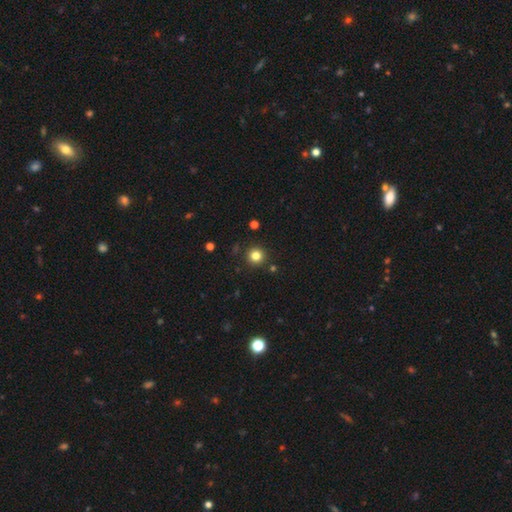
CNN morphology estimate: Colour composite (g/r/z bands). It shows a smooth galaxy with no disk features (80%) that is round (95%). Merging: none (90%).